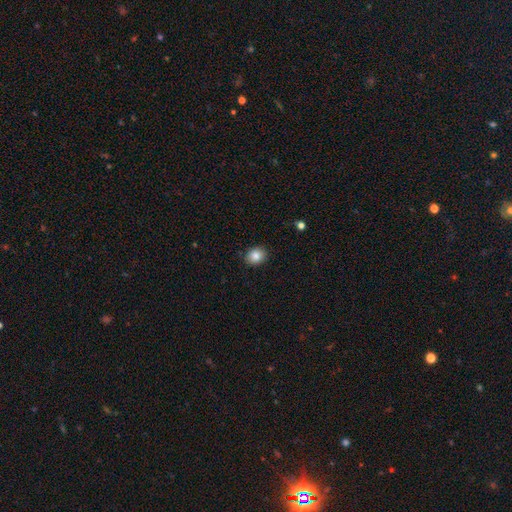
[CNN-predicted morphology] Q: Smooth or featured?
A: smooth (85%); runner-up: star or artifact (9%)
Q: How rounded?
A: round (59%); runner-up: in between (40%)
Q: Merging?
A: none (89%); runner-up: minor disturbance (8%)